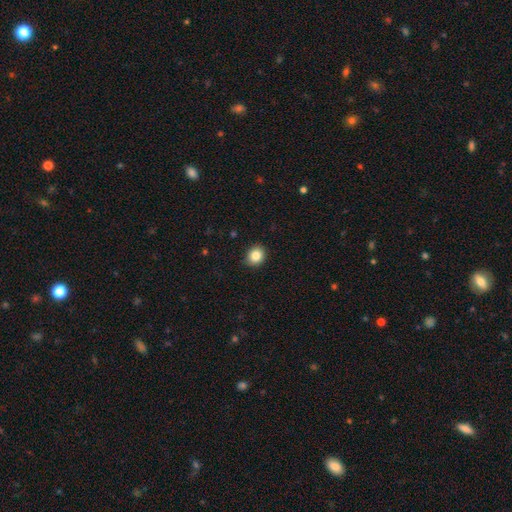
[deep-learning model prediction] A smooth galaxy with no disk features (85%) that is round (68%).

Vote fractions:
- Smooth or featured? smooth: 85% / star or artifact: 10% / featured or disk: 6%
- How rounded? round: 68% / in between: 31% / cigar-shaped: 1%
- Merging? none: 86% / minor disturbance: 11% / major disturbance: 2% / merger: 1%